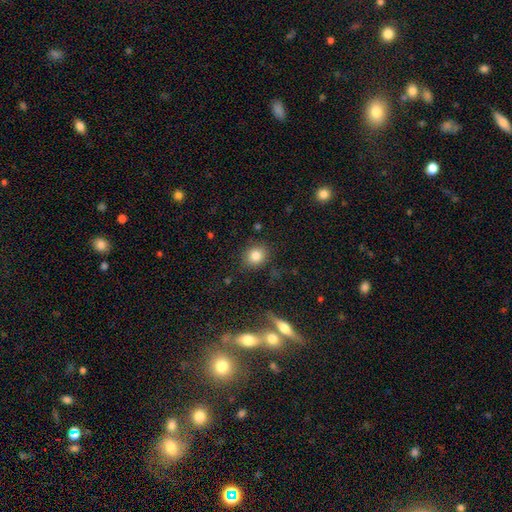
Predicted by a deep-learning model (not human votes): Smooth or featured? Predicted: smooth (p=0.82). How rounded? Predicted: round (p=0.73). Merging? Predicted: none (p=0.86).